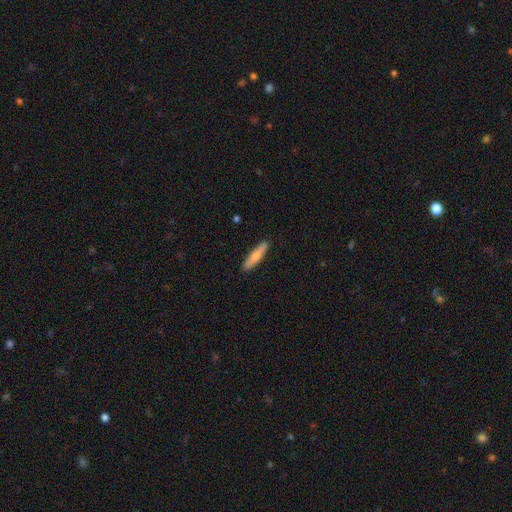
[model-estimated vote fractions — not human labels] smooth 70%, featured or disk 24%, star or artifact 5%. Down the decision tree: how rounded — cigar-shaped (85%); merging — none (89%).